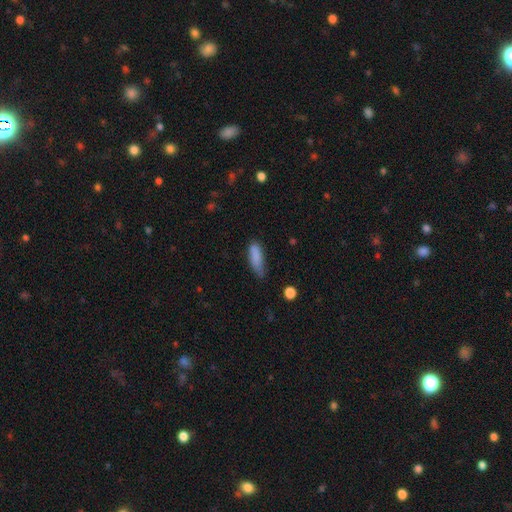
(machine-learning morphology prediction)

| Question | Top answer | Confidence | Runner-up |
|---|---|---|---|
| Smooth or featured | smooth | 84% | featured or disk (8%) |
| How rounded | in between | 58% | cigar-shaped (40%) |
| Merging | none | 48% | minor disturbance (40%) |